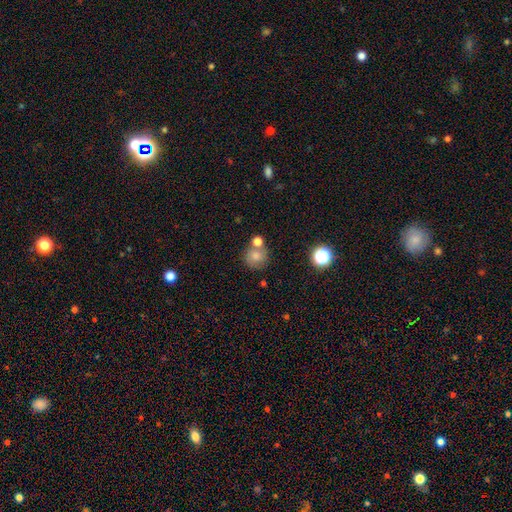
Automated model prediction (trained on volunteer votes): Smooth or featured? Predicted: smooth (p=0.75). How rounded? Predicted: round (p=0.88). Merging? Predicted: none (p=0.59).